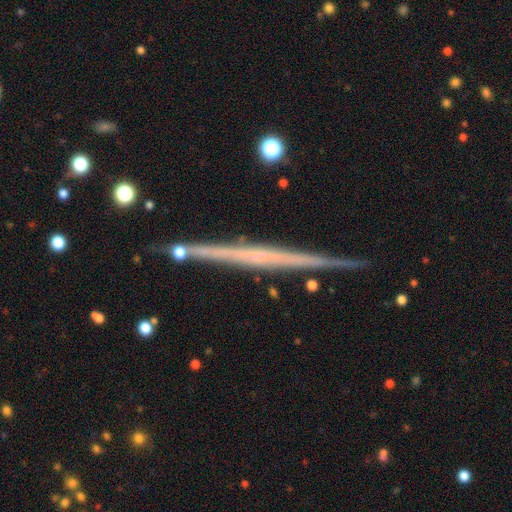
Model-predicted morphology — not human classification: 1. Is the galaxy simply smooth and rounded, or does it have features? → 72% featured or disk, 21% smooth, 7% star or artifact.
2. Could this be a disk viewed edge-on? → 98% yes, 2% no.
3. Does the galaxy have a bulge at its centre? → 83% none, 11% rounded, 6% boxy.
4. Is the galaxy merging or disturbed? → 89% none, 8% minor disturbance, 2% merger, 1% major disturbance.